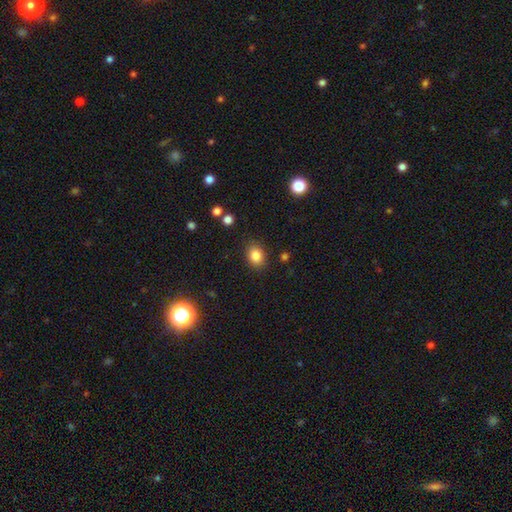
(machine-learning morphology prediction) This appears to be a smooth galaxy with no disk features (84%) that is in between round and cigar-shaped (54%). Merging: none (85%).